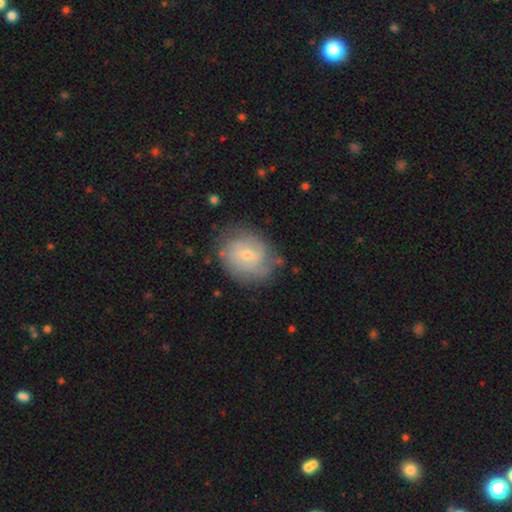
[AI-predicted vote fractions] This appears to be a featured or disk galaxy (75%) with no bar (52%), tight (53%) spiral arms (93%) and a small central bulge (67%). Merging: none (75%).